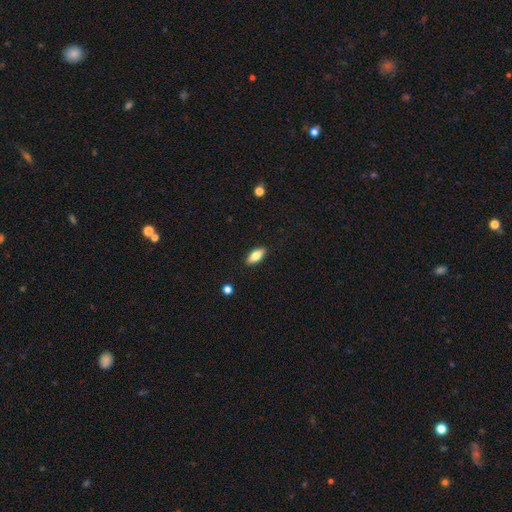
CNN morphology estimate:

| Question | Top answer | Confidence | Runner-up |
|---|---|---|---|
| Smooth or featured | smooth | 75% | featured or disk (19%) |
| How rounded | in between | 79% | cigar-shaped (18%) |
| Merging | none | 89% | minor disturbance (8%) |